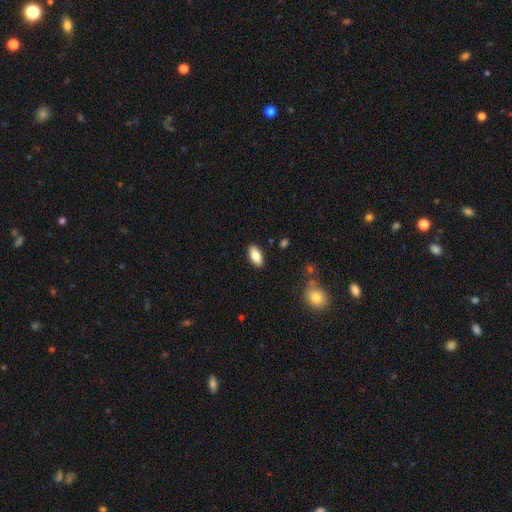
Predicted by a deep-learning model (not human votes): Overall: smooth (83%). How rounded: in between (90%). Merging: none (89%).